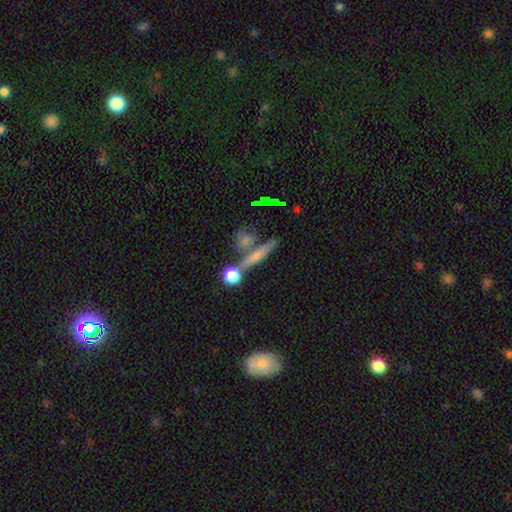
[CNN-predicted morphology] Overall: smooth (55%; featured or disk 33%). How rounded: cigar-shaped (68%). Merging: none (67%).